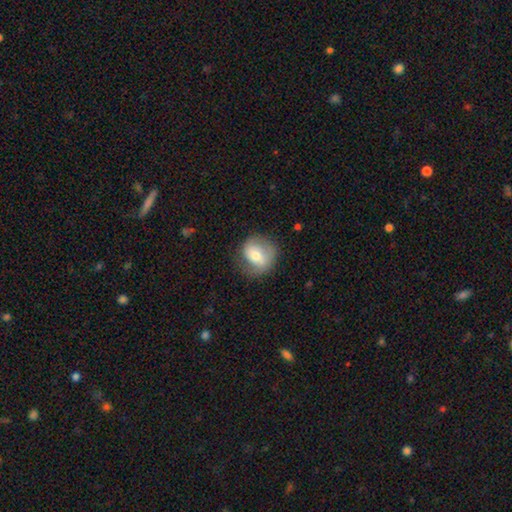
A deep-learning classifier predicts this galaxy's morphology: The model was most divided on "smooth or featured": smooth: 56%, featured or disk: 36%, star or artifact: 8%. More confident: how rounded — round (69%); merging — none (66%).